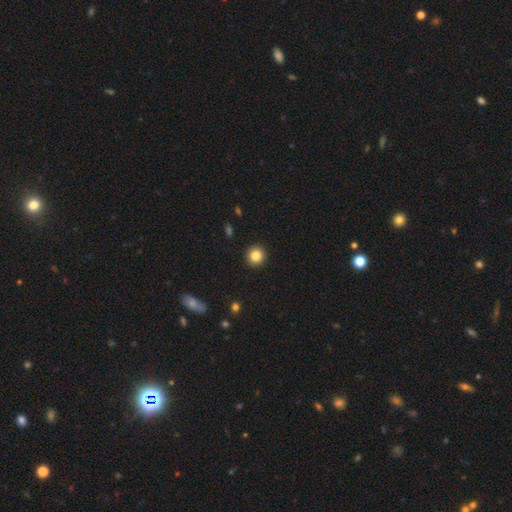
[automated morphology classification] smooth_or_featured: smooth (p=0.85) [alt: star or artifact p=0.10]
how_rounded: round (p=0.93) [alt: in between p=0.06]
merging: none (p=0.93) [alt: minor disturbance p=0.05]